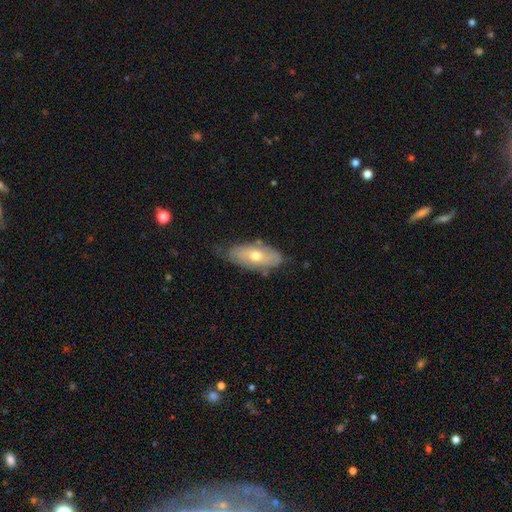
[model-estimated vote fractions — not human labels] A smooth galaxy with no disk features (54%) that is in between round and cigar-shaped (83%).

Vote fractions:
- Smooth or featured? smooth: 54% / featured or disk: 40% / star or artifact: 7%
- How rounded? in between: 83% / cigar-shaped: 14% / round: 3%
- Merging? none: 66% / minor disturbance: 26% / major disturbance: 5% / merger: 2%